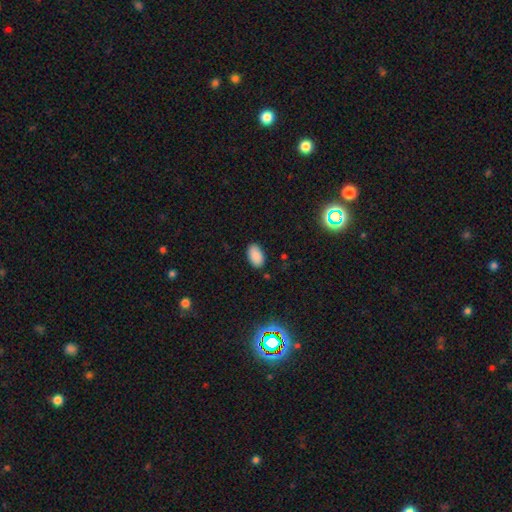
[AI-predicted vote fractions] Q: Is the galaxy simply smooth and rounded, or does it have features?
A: smooth — 87%.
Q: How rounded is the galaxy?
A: in between — 94%.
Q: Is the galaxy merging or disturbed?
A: none — 86%.